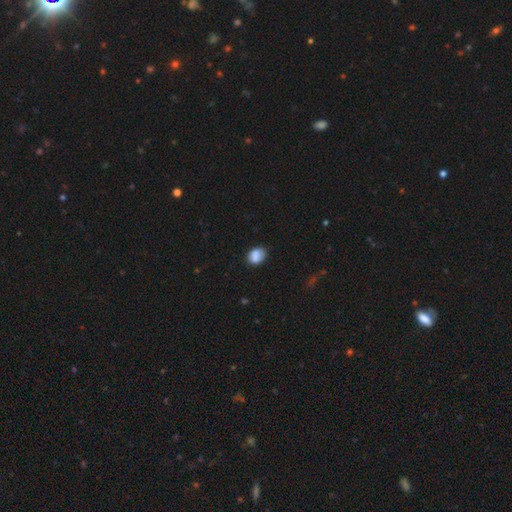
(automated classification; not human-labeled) Smooth or featured: smooth — 83% (star or artifact — 9%)
How rounded: in between — 58% (round — 41%)
Merging: none — 68% (minor disturbance — 22%)